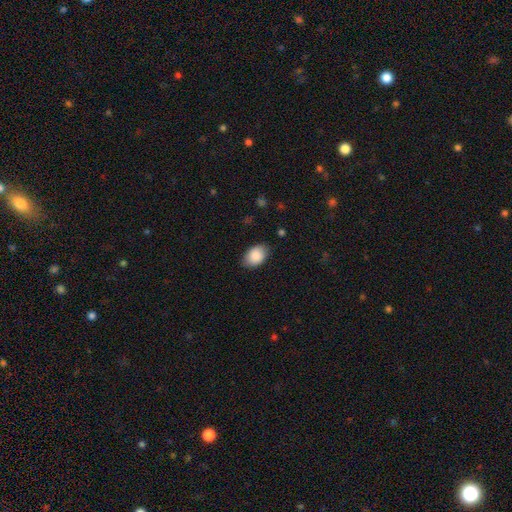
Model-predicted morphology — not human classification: type=smooth (88%); roundness=in between (84%); merging=none (82%).